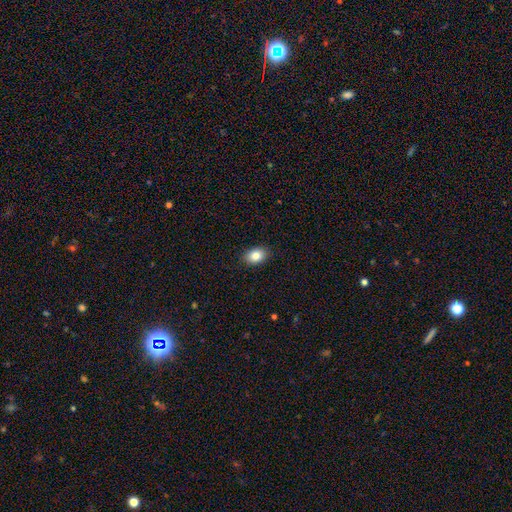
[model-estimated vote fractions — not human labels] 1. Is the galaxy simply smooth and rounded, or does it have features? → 85% smooth, 8% star or artifact, 7% featured or disk.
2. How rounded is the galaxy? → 84% in between, 14% round, 1% cigar-shaped.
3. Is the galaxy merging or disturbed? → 89% none, 8% minor disturbance, 2% major disturbance, 1% merger.